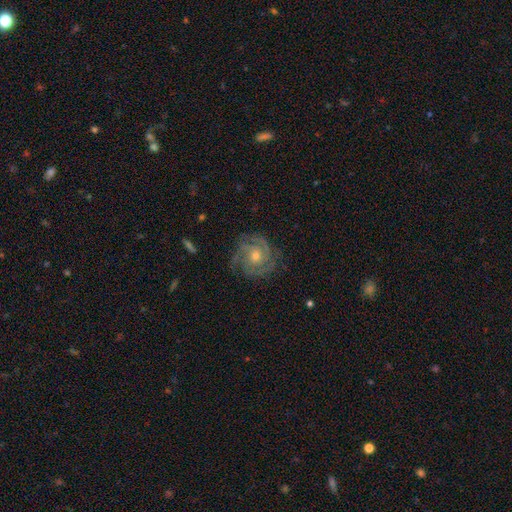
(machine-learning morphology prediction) Smooth or featured? Predicted: featured or disk (p=0.86). Edge-on disk? Predicted: no (p=0.98). Bar? Predicted: no (p=0.76). Spiral arms? Predicted: yes (p=0.97). Spiral winding? Predicted: tight (p=0.69). Spiral arm count? Predicted: 3 (p=0.40). Bulge size? Predicted: moderate (p=0.58). Merging? Predicted: none (p=0.81).